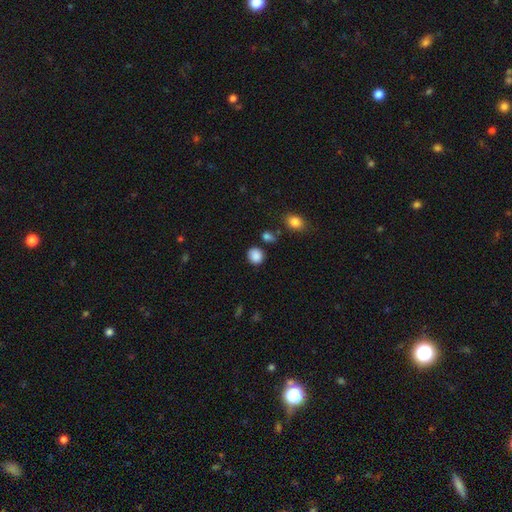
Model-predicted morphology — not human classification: The model was most divided on "how rounded": round: 83%, in between: 16%, cigar-shaped: 1%. More confident: smooth or featured — smooth (87%); merging — none (82%).